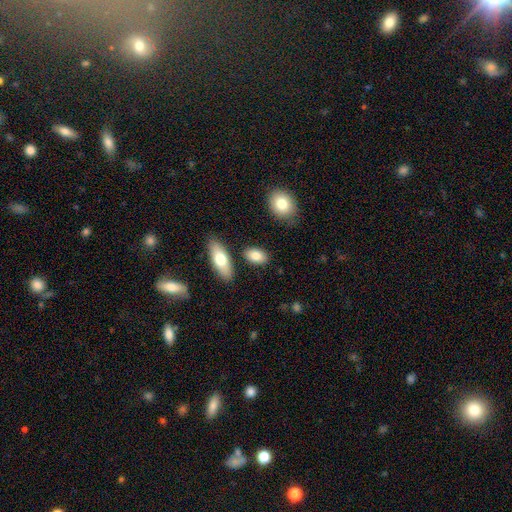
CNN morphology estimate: smooth-or-featured: smooth: 82% | featured or disk: 11% | star or artifact: 7%
  how-rounded: in between: 89% | round: 7% | cigar-shaped: 4%
  merging: none: 82% | minor disturbance: 10% | merger: 6% | major disturbance: 3%